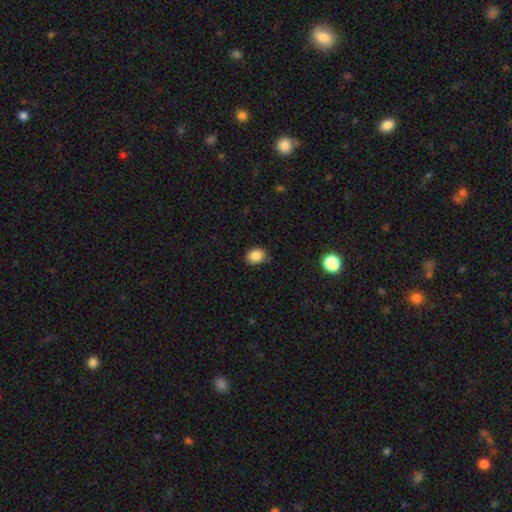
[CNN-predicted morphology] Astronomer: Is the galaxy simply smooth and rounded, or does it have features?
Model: smooth — 86%.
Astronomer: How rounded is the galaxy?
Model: in between — 55% (runner-up: round, 44%).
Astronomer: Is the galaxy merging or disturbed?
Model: none — 80%.